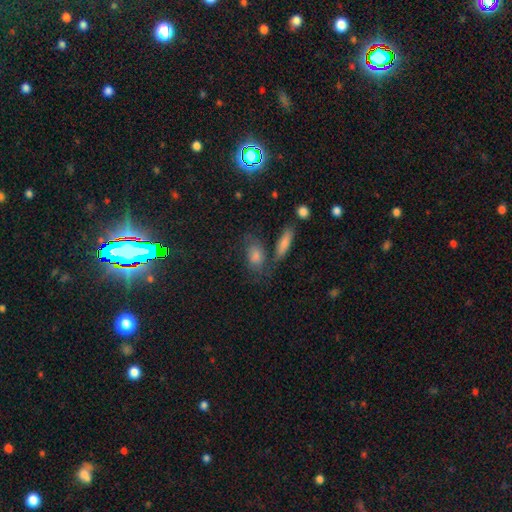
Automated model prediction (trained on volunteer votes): A smooth galaxy with no disk features (55%) that is in between round and cigar-shaped (68%). Merging: none (62%).